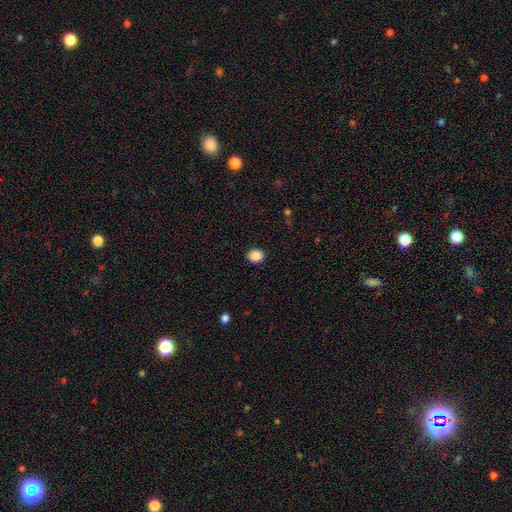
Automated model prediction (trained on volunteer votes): smooth_or_featured: smooth (p=0.88) [alt: star or artifact p=0.09]
how_rounded: round (p=0.68) [alt: in between p=0.32]
merging: none (p=0.90) [alt: minor disturbance p=0.07]